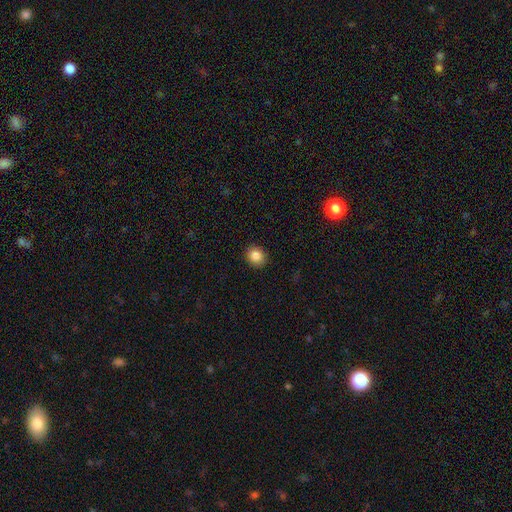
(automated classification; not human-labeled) Morphology: type=smooth (87%); roundness=round (69%); merging=none (90%).